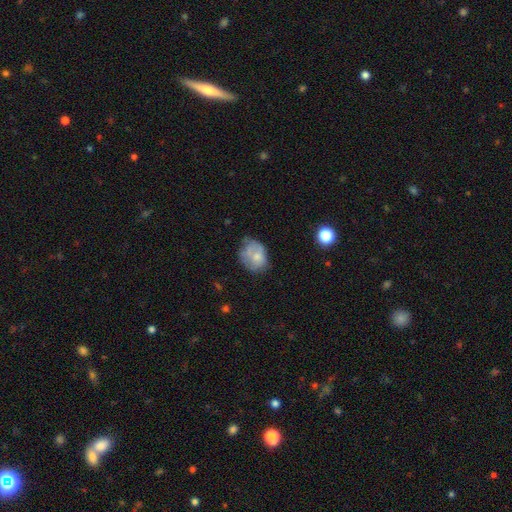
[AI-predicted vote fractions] Smooth or featured?
  - smooth: 58% *
  - featured or disk: 33%
  - star or artifact: 9%
How rounded?
  - in between: 57% *
  - round: 42%
  - cigar-shaped: 1%
Merging?
  - none: 44% *
  - minor disturbance: 34%
  - major disturbance: 17%
  - merger: 5%